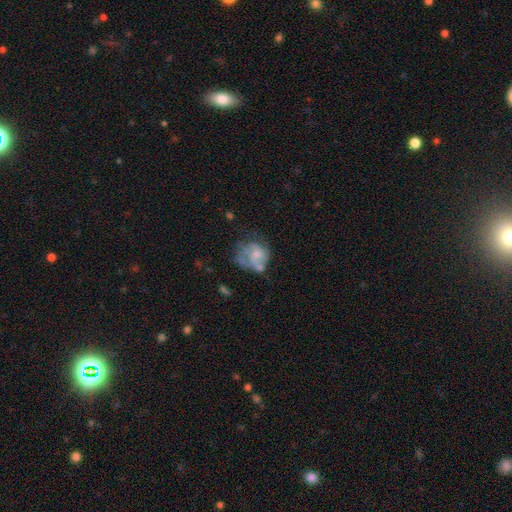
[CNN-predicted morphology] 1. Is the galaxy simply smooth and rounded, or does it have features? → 50% featured or disk, 41% smooth, 9% star or artifact.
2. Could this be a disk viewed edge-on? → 98% no, 2% yes.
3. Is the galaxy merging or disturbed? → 33% none, 28% major disturbance, 23% minor disturbance, 16% merger.